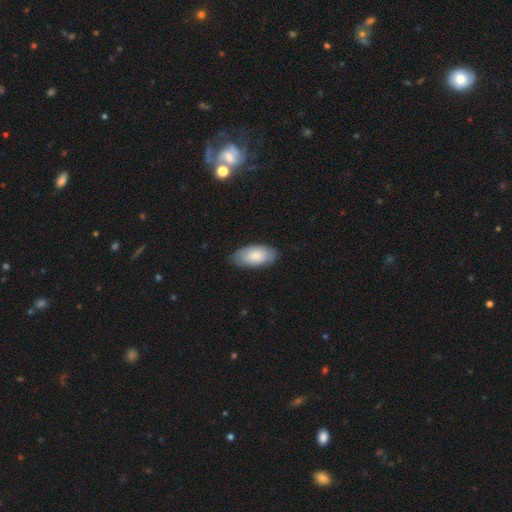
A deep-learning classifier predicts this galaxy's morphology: smooth_or_featured: smooth (p=0.75) [alt: featured or disk p=0.19]
how_rounded: in between (p=0.94) [alt: cigar-shaped p=0.04]
merging: none (p=0.79) [alt: minor disturbance p=0.17]